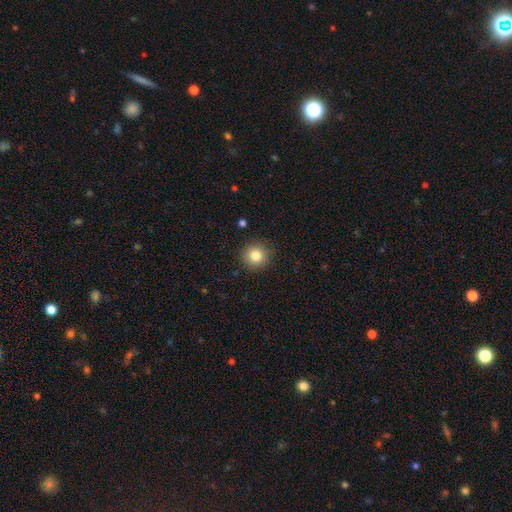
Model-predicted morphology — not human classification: Smooth or featured? Predicted: smooth (p=0.83). How rounded? Predicted: round (p=0.94). Merging? Predicted: none (p=0.90).